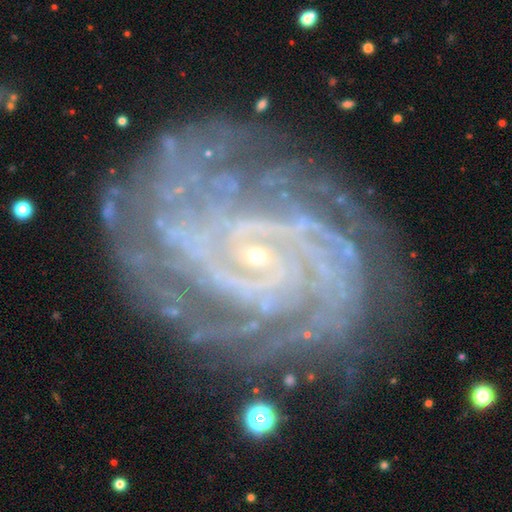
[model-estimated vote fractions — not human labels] The model was most divided on "spiral arm count": 4: 23%, can't tell: 20%, more than 4: 19%, 3: 15%, 2: 14%, 1: 9%. More confident: spiral arms — yes (98%); edge-on disk — no (97%); smooth or featured — featured or disk (90%); bulge size — small (87%); merging — none (78%); spiral winding — tight (77%); bar — no (55%).